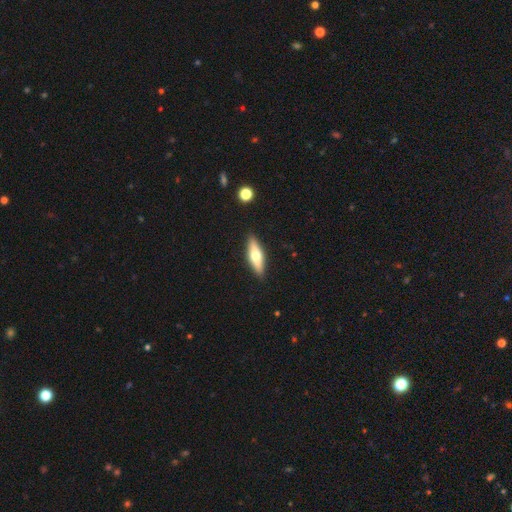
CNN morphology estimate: Smooth or featured? Predicted: smooth (p=0.57). How rounded? Predicted: cigar-shaped (p=0.50). Merging? Predicted: none (p=0.89).